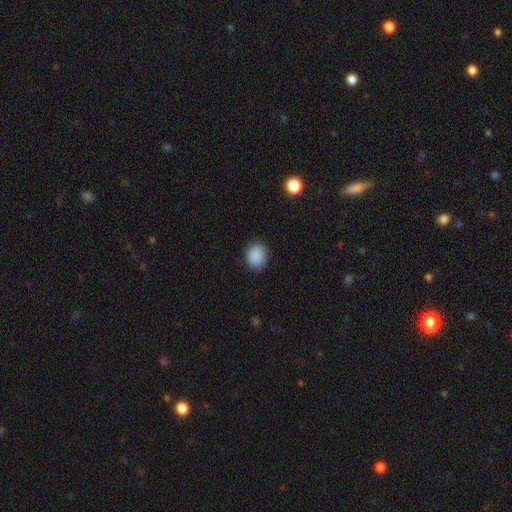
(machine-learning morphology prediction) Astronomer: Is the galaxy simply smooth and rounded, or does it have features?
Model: smooth — 89%.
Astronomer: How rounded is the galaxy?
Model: round — 60% (runner-up: in between, 39%).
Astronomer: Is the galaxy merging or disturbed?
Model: none — 85%.